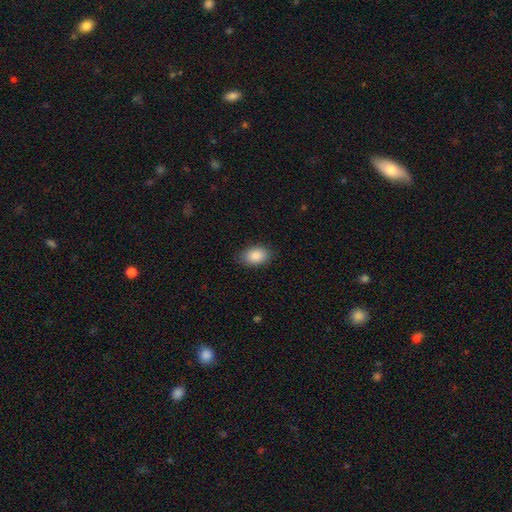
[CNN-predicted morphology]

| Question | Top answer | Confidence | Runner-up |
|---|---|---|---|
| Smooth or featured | smooth | 88% | star or artifact (7%) |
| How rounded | in between | 87% | round (12%) |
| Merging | none | 85% | minor disturbance (11%) |